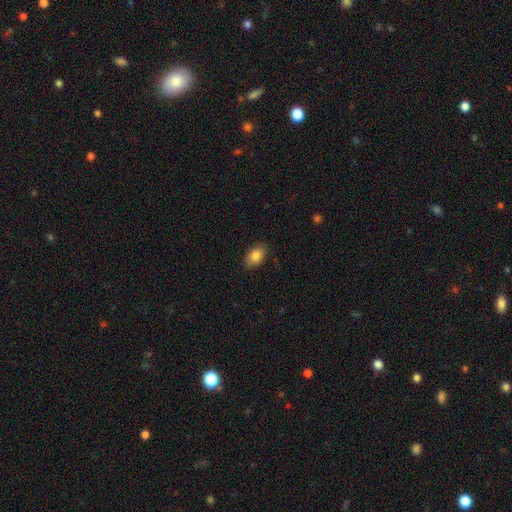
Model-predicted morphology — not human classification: This appears to be a smooth galaxy with no disk features (84%) that is in between round and cigar-shaped (89%). Merging: none (85%).